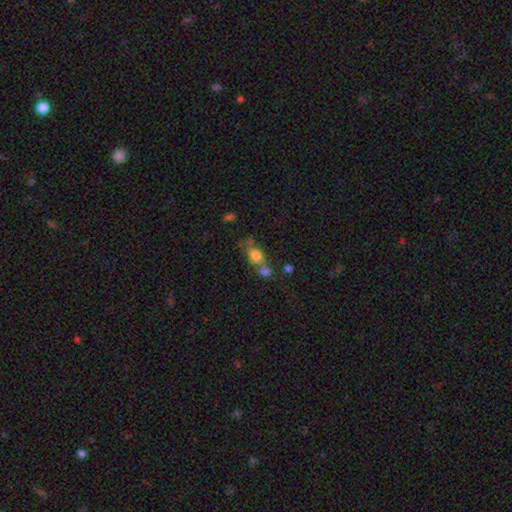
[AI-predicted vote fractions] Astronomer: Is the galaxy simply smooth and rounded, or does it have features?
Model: smooth — 77%.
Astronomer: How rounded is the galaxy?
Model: round — 57% (runner-up: in between, 40%).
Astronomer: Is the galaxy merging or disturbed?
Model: merger — 47% (runner-up: none, 37%).